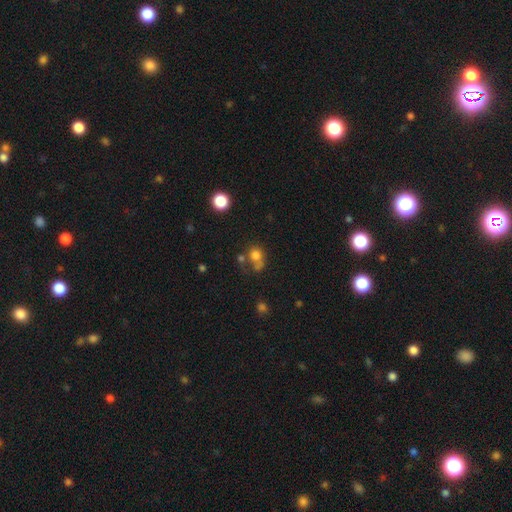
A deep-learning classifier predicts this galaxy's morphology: This appears to be a smooth galaxy with no disk features (74%) that is round (70%). Merging: none (39%).